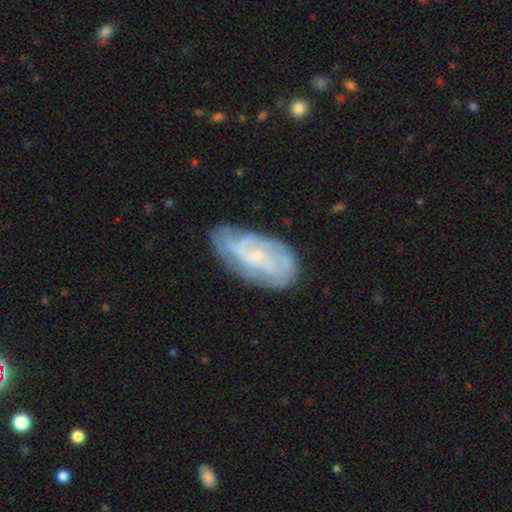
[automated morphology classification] Smooth or featured: featured or disk — 74% (smooth — 20%)
Edge-on disk: no — 95% (yes — 5%)
Bar: no — 60% (weak — 33%)
Spiral arms: yes — 87% (no — 13%)
Spiral winding: tight — 53% (medium — 35%)
Spiral arm count: can't tell — 44% (2 — 20%)
Bulge size: small — 65% (moderate — 20%)
Merging: none — 65% (minor disturbance — 24%)